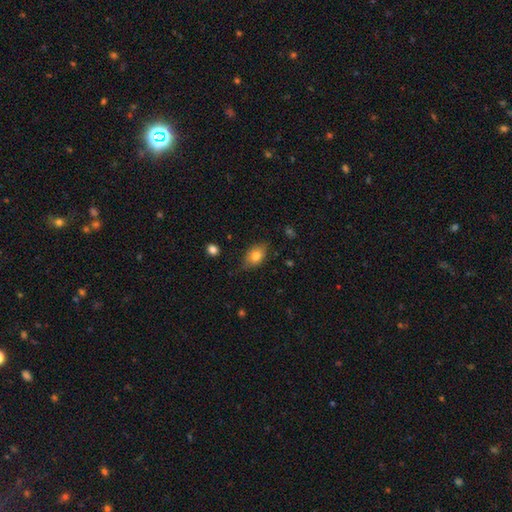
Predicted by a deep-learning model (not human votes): Smooth or featured? Predicted: smooth (p=0.78). How rounded? Predicted: in between (p=0.78). Merging? Predicted: none (p=0.73).